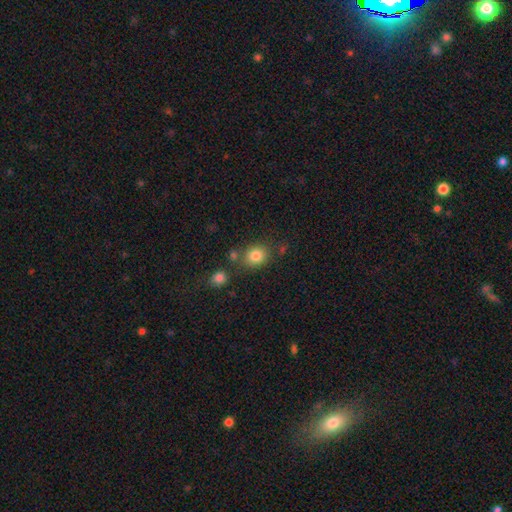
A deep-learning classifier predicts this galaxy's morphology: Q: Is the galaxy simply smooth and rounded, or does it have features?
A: smooth — 82%.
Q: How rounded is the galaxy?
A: round — 59%.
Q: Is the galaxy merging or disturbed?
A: none — 70%.